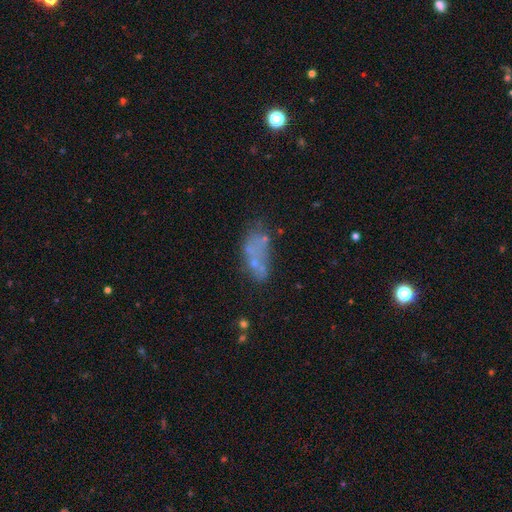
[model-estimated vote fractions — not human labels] This is marginally a smooth galaxy (41%). Merging: marginally none (37%).